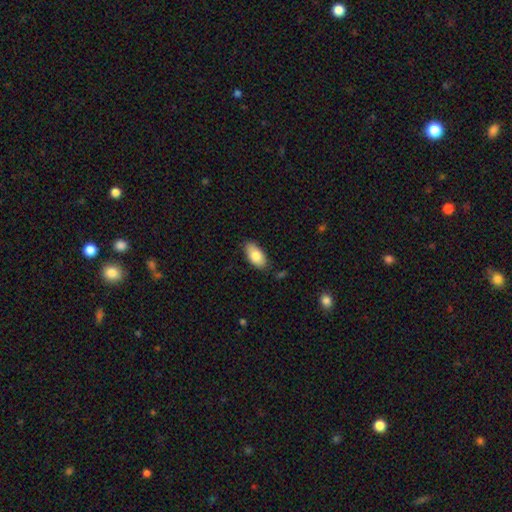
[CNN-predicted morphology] smooth 82%, featured or disk 11%, star or artifact 6%. Down the decision tree: how rounded — in between (93%); merging — none (81%).